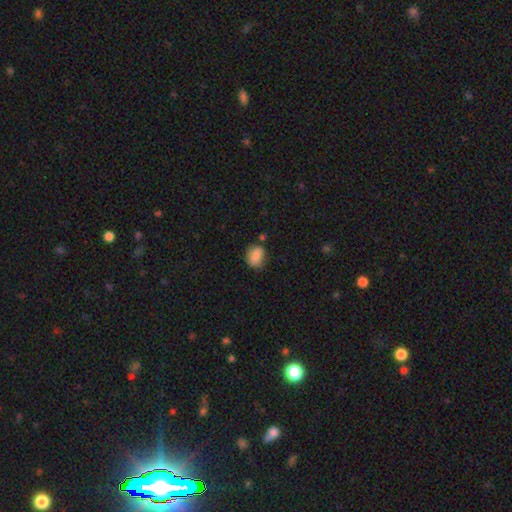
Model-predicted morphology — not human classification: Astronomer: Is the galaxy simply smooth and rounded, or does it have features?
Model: smooth — 83%.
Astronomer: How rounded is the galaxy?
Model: in between — 57% (runner-up: round, 42%).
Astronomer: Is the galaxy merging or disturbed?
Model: none — 68%.